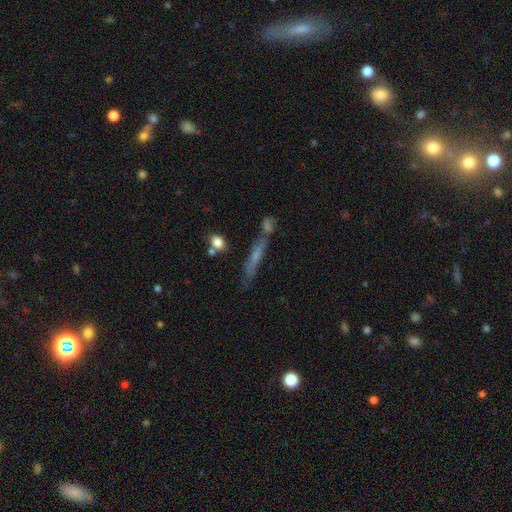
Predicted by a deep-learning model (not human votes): smooth_or_featured: featured or disk (p=0.47) [alt: smooth p=0.39]
merging: none (p=0.62) [alt: merger p=0.17]